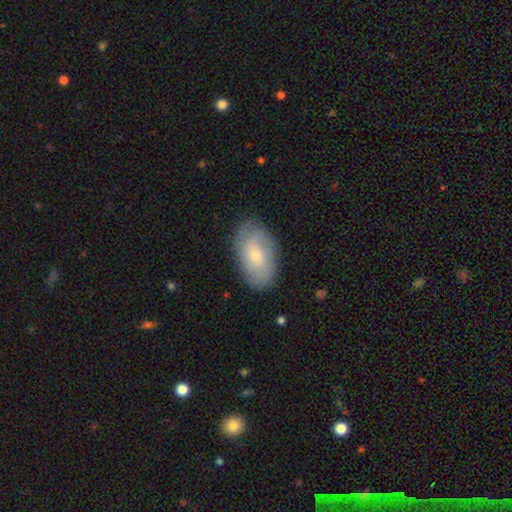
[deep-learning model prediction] Smooth or featured: smooth — 55% (featured or disk — 39%)
How rounded: in between — 93% (round — 5%)
Merging: none — 81% (minor disturbance — 14%)